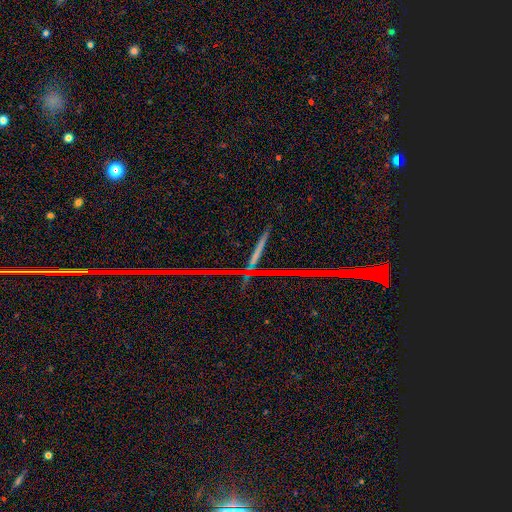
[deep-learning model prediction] star or artifact 63%, featured or disk 24%, smooth 13%.